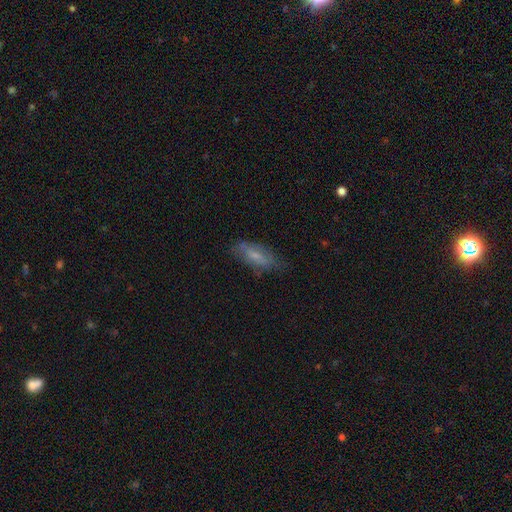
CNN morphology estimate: Smooth or featured? smooth (59%)
How rounded? in between (64%)
Merging? none (69%)